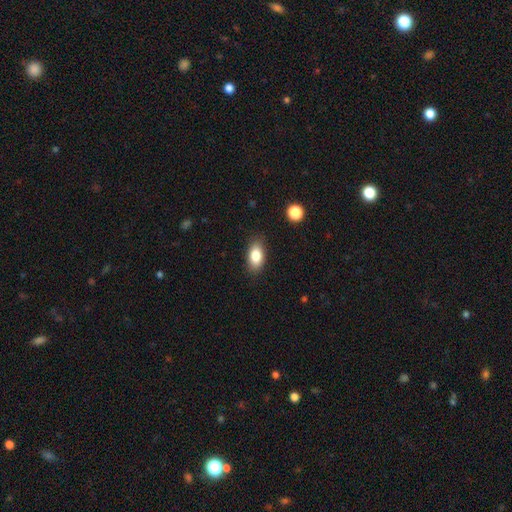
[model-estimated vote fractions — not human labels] Smooth or featured? Predicted: smooth (p=0.84). How rounded? Predicted: in between (p=0.90). Merging? Predicted: none (p=0.85).